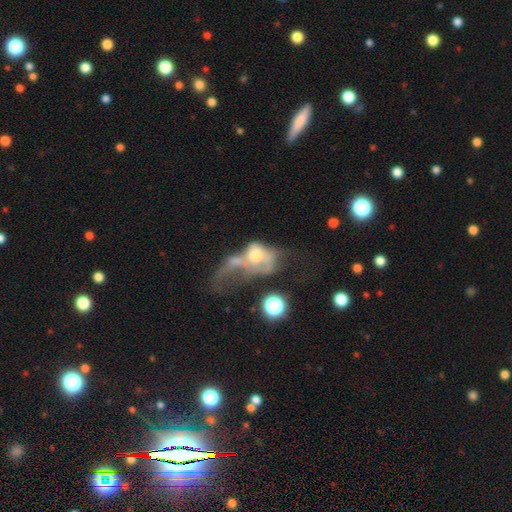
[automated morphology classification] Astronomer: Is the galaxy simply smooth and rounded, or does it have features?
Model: featured or disk — 49% (runner-up: smooth, 37%).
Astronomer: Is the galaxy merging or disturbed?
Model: major disturbance — 50% (runner-up: merger, 33%).